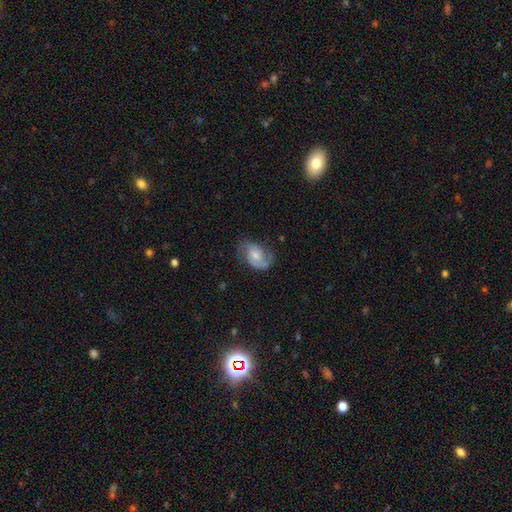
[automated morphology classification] Overall: featured or disk (73%). Edge-on disk: no (97%). Bar: no (62%; weak 33%). Spiral arms: yes (93%). Spiral arm count: 2 (70%). Spiral winding: medium (46%; tight 28%). Bulge size: small (45%; moderate 44%). Merging: none (62%; minor disturbance 23%).